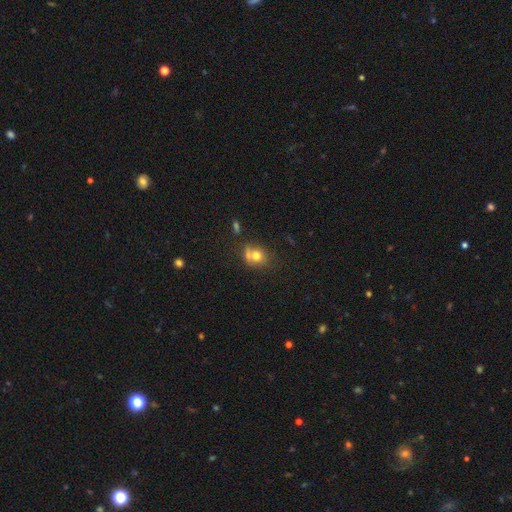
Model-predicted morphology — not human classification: This is likely a smooth galaxy (72%). How rounded: likely round (67%). Merging: possibly none (46%).